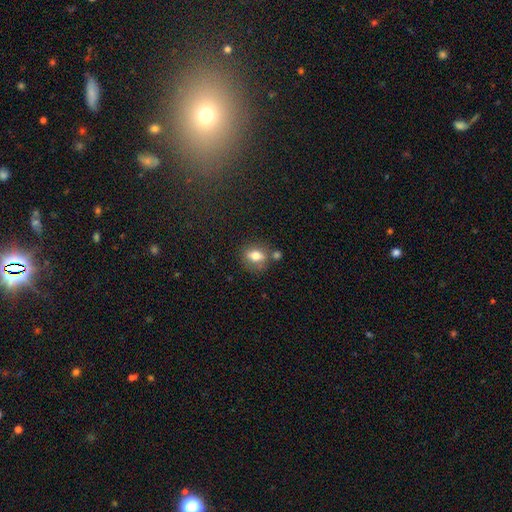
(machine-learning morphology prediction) A smooth galaxy with no disk features (72%) that is in between round and cigar-shaped (57%).

Vote fractions:
- Smooth or featured? smooth: 72% / featured or disk: 18% / star or artifact: 10%
- How rounded? in between: 57% / round: 39% / cigar-shaped: 3%
- Merging? none: 65% / merger: 15% / minor disturbance: 15% / major disturbance: 5%